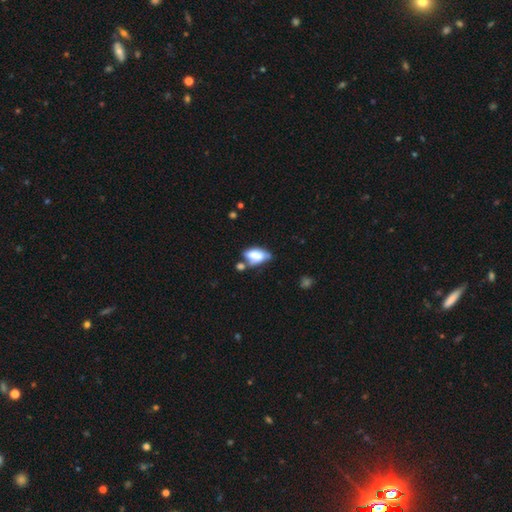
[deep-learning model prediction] The model was most divided on "merging": none: 37%, merger: 28%, minor disturbance: 23%, major disturbance: 12%. More confident: how rounded — in between (87%); smooth or featured — smooth (67%).